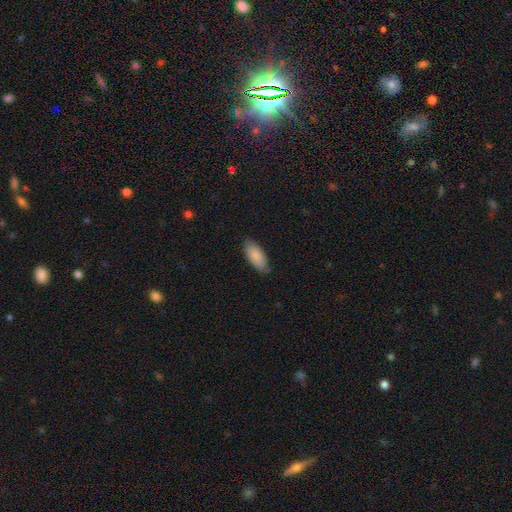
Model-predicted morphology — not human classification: type=smooth (86%); roundness=in between (87%); merging=none (78%).